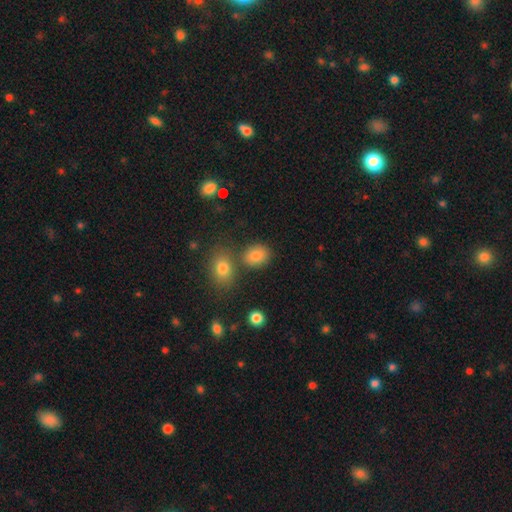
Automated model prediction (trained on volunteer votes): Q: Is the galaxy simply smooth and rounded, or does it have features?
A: smooth — 82%.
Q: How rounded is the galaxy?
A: in between — 56%.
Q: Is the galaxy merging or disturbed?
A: none — 73%.